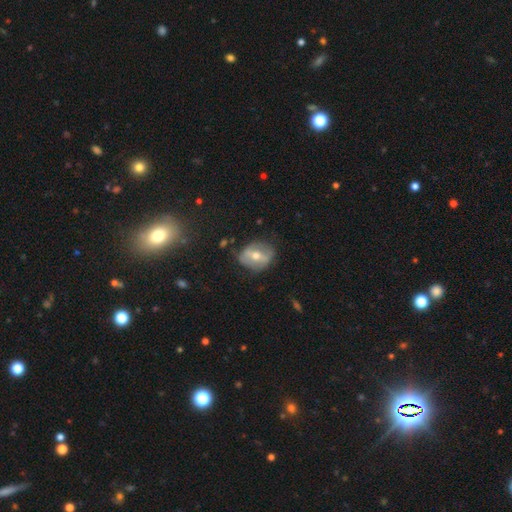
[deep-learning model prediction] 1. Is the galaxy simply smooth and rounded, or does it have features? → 56% featured or disk, 36% smooth, 8% star or artifact.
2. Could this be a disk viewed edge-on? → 90% no, 10% yes.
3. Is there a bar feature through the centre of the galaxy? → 46% strong, 32% weak, 22% no.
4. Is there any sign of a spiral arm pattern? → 71% no, 29% yes.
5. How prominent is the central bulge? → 69% moderate, 25% small, 4% large, 1% none, 1% dominant.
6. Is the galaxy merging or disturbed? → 73% none, 19% minor disturbance, 6% major disturbance, 2% merger.